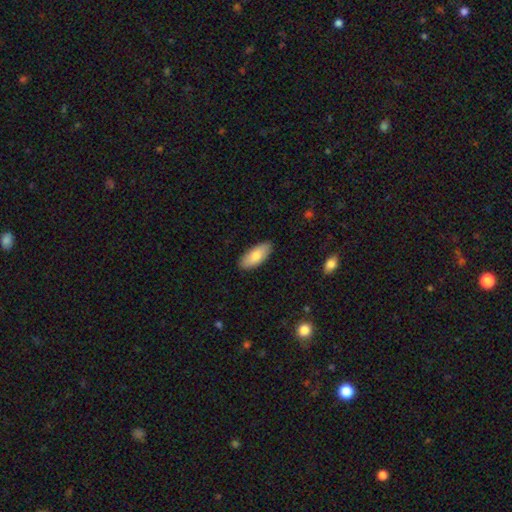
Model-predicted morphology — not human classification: type=smooth (78%); roundness=in between (86%); merging=none (87%).